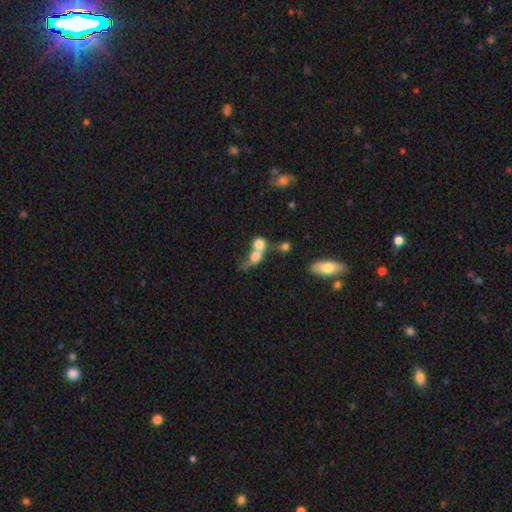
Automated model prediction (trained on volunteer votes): Smooth or featured: smooth — 69% (featured or disk — 20%)
How rounded: round — 56% (in between — 40%)
Merging: merger — 70% (none — 16%)